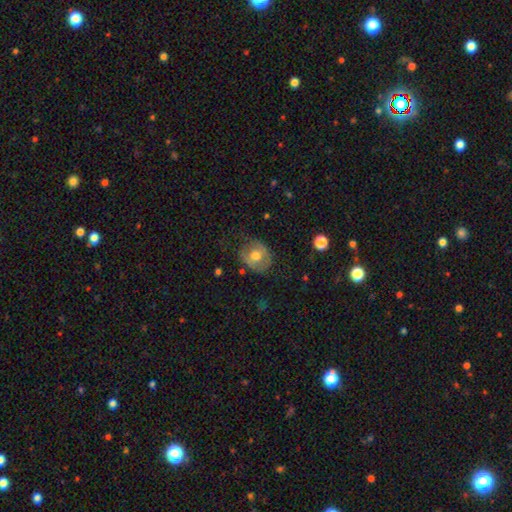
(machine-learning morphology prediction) A smooth galaxy with no disk features (52%) that is round (69%). Merging: none (65%).